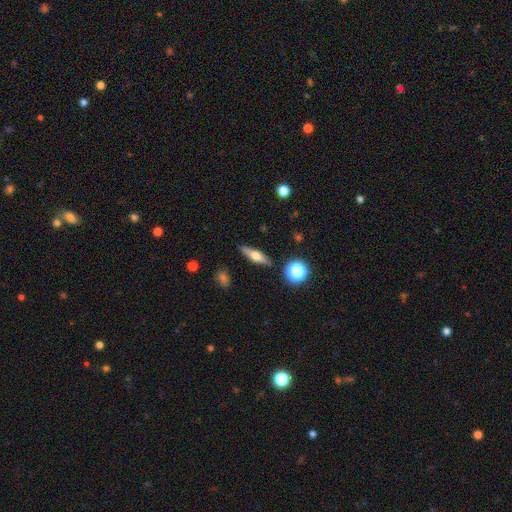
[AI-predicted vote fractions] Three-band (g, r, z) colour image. It shows a smooth galaxy with no disk features (48%). Merging: none (88%).